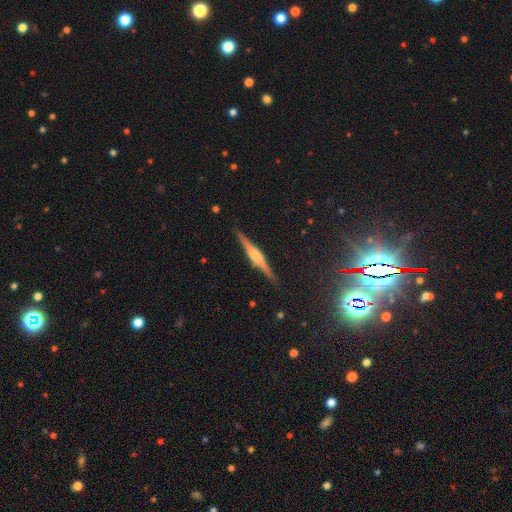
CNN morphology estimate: smooth-or-featured: featured or disk: 77% | smooth: 16% | star or artifact: 7%
  disk-edge-on: yes: 98% | no: 2%
    edge-on-bulge: rounded: 74% | boxy: 19% | none: 6%
  merging: none: 90% | minor disturbance: 7% | major disturbance: 2% | merger: 1%